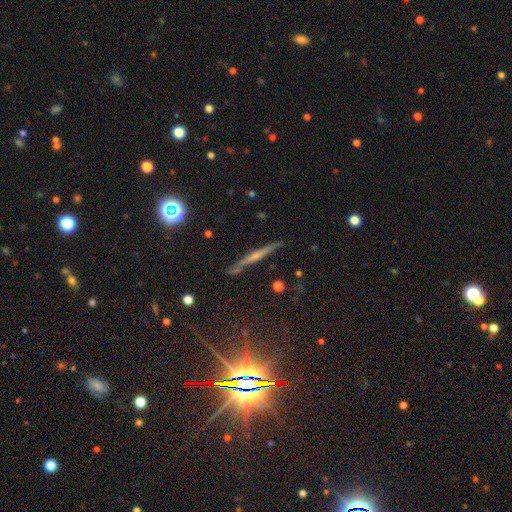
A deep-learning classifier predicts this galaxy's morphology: Smooth or featured? featured or disk (63%)
Edge-on disk? yes (96%)
Edge-on bulge? rounded (45%)
Merging? none (84%)